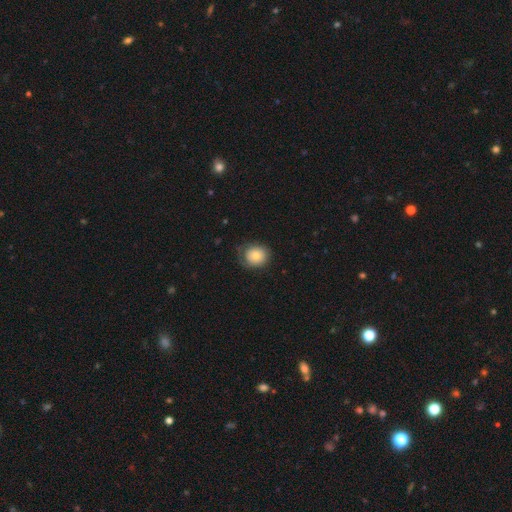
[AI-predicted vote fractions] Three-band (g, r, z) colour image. It shows a smooth galaxy with no disk features (74%) that is round (79%). Merging: none (65%).